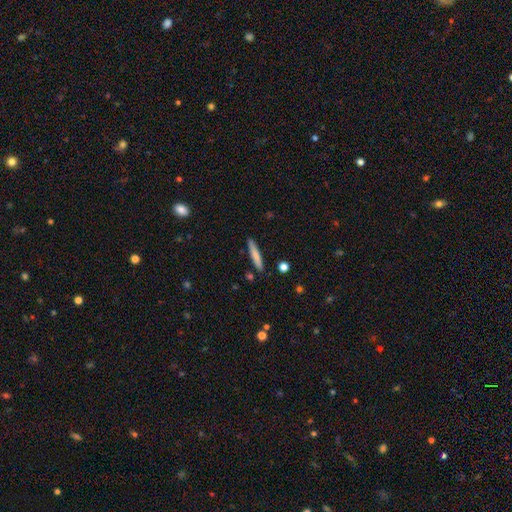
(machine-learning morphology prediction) Q: Smooth or featured?
A: smooth (73%); runner-up: featured or disk (21%)
Q: How rounded?
A: cigar-shaped (92%); runner-up: in between (7%)
Q: Merging?
A: none (87%); runner-up: minor disturbance (9%)